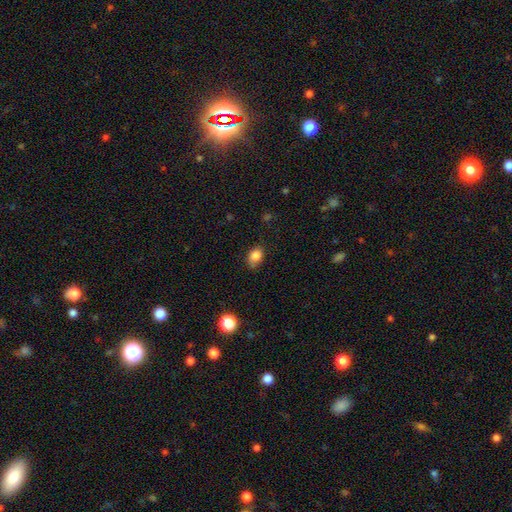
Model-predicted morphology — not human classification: Smooth or featured?
  - smooth: 83% *
  - star or artifact: 10%
  - featured or disk: 7%
How rounded?
  - in between: 73% *
  - round: 26%
  - cigar-shaped: 1%
Merging?
  - none: 72% *
  - minor disturbance: 22%
  - major disturbance: 4%
  - merger: 1%